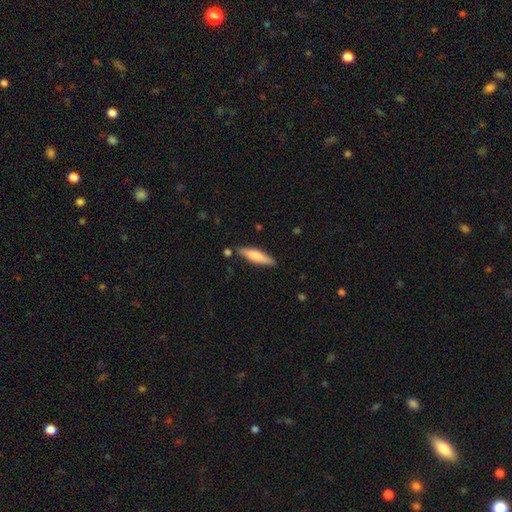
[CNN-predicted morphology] A smooth galaxy with no disk features (69%) that is cigar-shaped (76%).

Vote fractions:
- Smooth or featured? smooth: 69% / featured or disk: 25% / star or artifact: 5%
- How rounded? cigar-shaped: 76% / in between: 23% / round: 2%
- Merging? none: 83% / minor disturbance: 12% / merger: 4% / major disturbance: 2%